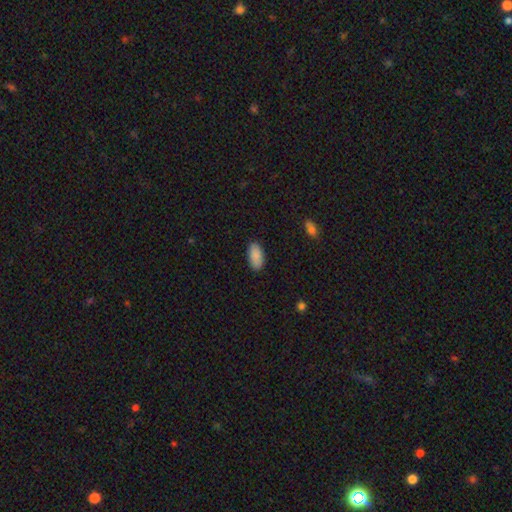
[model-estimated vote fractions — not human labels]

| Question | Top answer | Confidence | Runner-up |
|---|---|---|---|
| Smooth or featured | smooth | 89% | star or artifact (7%) |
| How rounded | in between | 94% | cigar-shaped (4%) |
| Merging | none | 88% | minor disturbance (9%) |